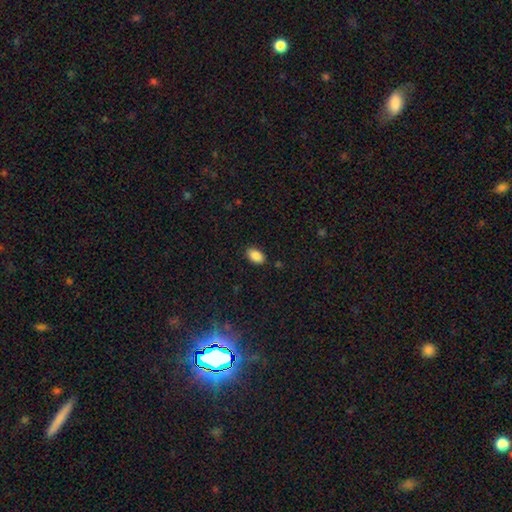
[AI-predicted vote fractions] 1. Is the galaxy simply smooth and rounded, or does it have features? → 88% smooth, 8% star or artifact, 4% featured or disk.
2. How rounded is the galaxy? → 92% in between, 6% round, 2% cigar-shaped.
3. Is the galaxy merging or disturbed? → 87% none, 9% minor disturbance, 2% major disturbance, 1% merger.